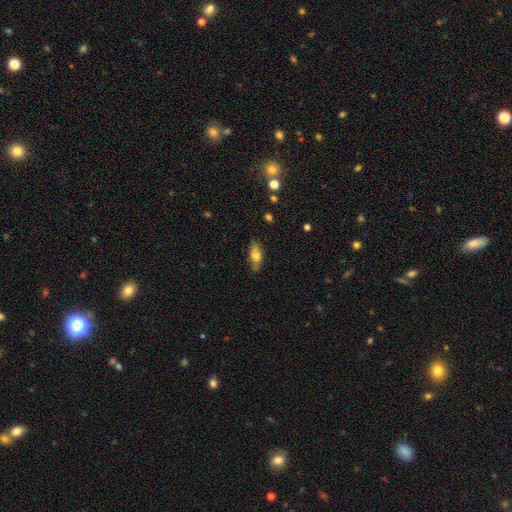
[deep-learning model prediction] smooth_or_featured: smooth (p=0.66) [alt: featured or disk p=0.26]
how_rounded: in between (p=0.75) [alt: cigar-shaped p=0.21]
merging: none (p=0.75) [alt: minor disturbance p=0.19]